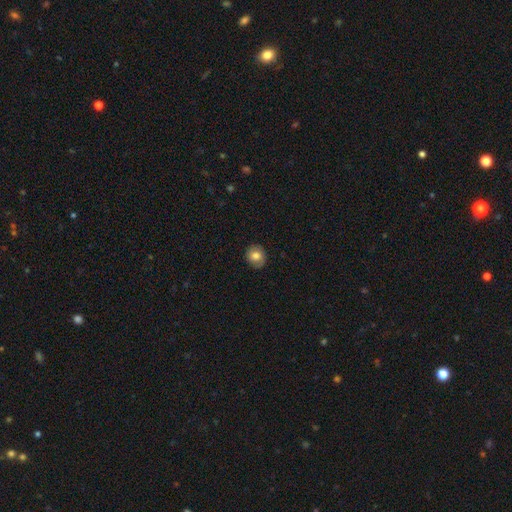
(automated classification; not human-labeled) This is likely a smooth galaxy (76%). How rounded: likely round (72%). Merging: clearly none (85%).